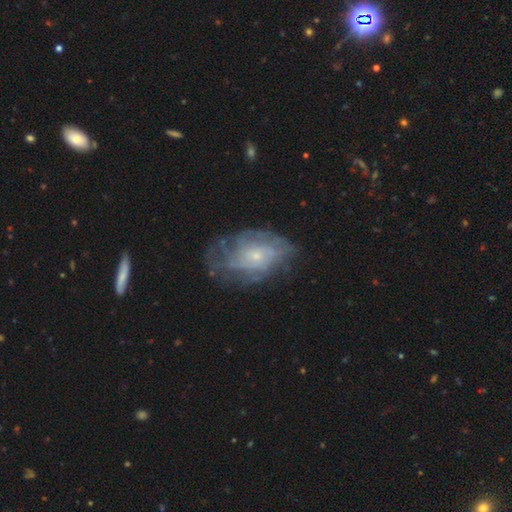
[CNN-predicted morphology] smooth_or_featured: featured or disk (p=0.72) [alt: smooth p=0.19]
disk_edge_on: no (p=0.95) [alt: yes p=0.05]
bar: no (p=0.77) [alt: weak p=0.20]
has_spiral_arms: yes (p=0.81) [alt: no p=0.19]
spiral_winding: tight (p=0.52) [alt: medium p=0.33]
spiral_arm_count: can't tell (p=0.55) [alt: 4 p=0.12]
bulge_size: small (p=0.74) [alt: moderate p=0.19]
merging: none (p=0.63) [alt: minor disturbance p=0.22]